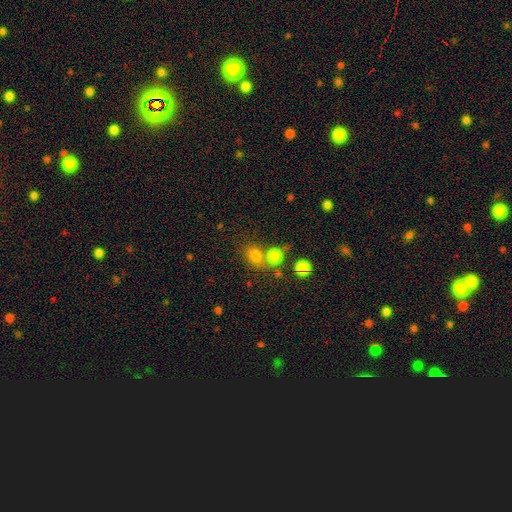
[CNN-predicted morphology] Smooth or featured?
  - smooth: 78% *
  - star or artifact: 14%
  - featured or disk: 8%
How rounded?
  - round: 59% *
  - in between: 40%
  - cigar-shaped: 1%
Merging?
  - none: 52% *
  - merger: 34%
  - minor disturbance: 10%
  - major disturbance: 4%